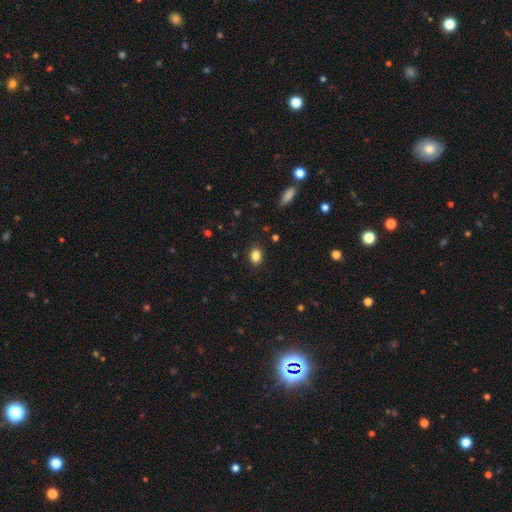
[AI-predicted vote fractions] Smooth or featured? smooth (84%)
How rounded? in between (62%)
Merging? none (88%)